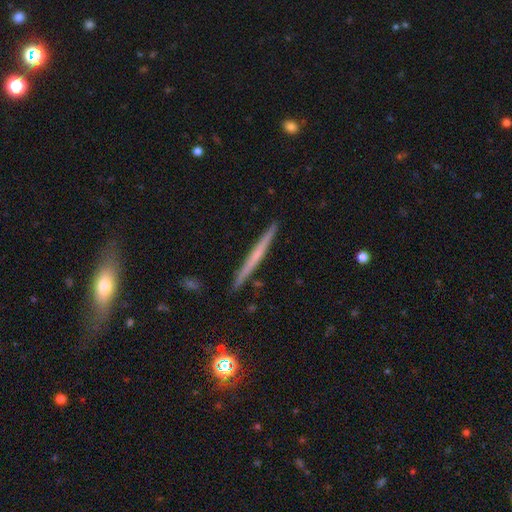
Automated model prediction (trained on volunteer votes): featured or disk 55%, smooth 38%, star or artifact 7%. Down the decision tree: edge-on disk — yes (98%); edge-on bulge — none (75%); merging — none (92%).